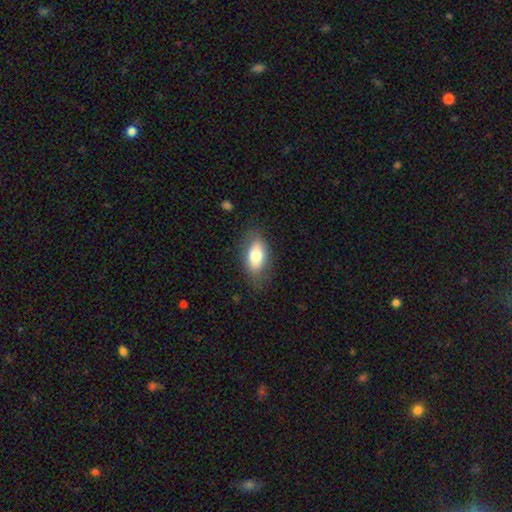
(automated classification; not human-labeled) smooth-or-featured: smooth: 74% | featured or disk: 19% | star or artifact: 7%
  how-rounded: in between: 88% | round: 6% | cigar-shaped: 6%
  merging: none: 78% | minor disturbance: 16% | major disturbance: 5% | merger: 1%